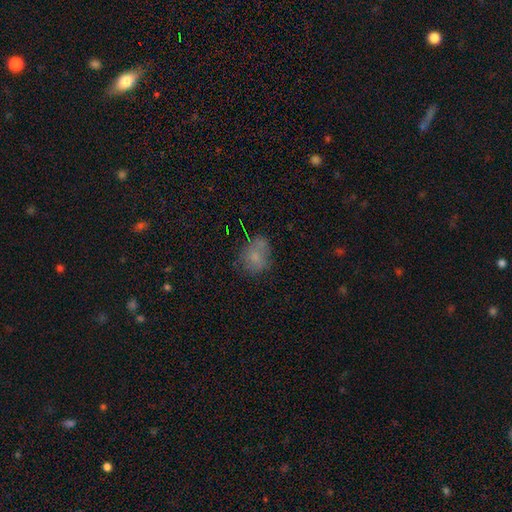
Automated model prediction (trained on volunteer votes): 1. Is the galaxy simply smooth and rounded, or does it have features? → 68% smooth, 18% featured or disk, 14% star or artifact.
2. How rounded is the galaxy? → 54% round, 45% in between, 1% cigar-shaped.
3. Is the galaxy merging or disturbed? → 54% none, 24% minor disturbance, 12% major disturbance, 9% merger.